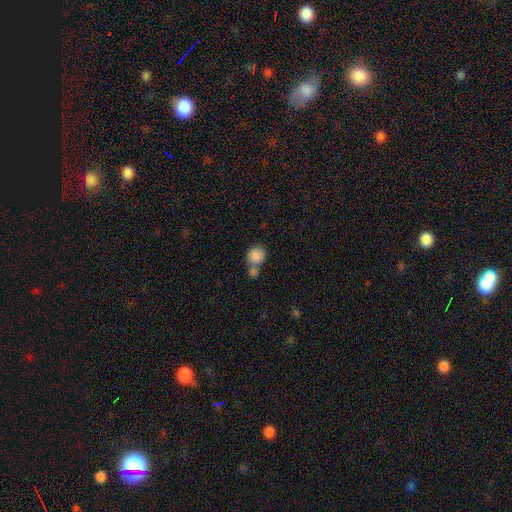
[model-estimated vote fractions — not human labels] The model was most divided on "merging": merger: 48%, none: 39%, minor disturbance: 9%, major disturbance: 4%. More confident: smooth or featured — smooth (86%); how rounded — round (79%).